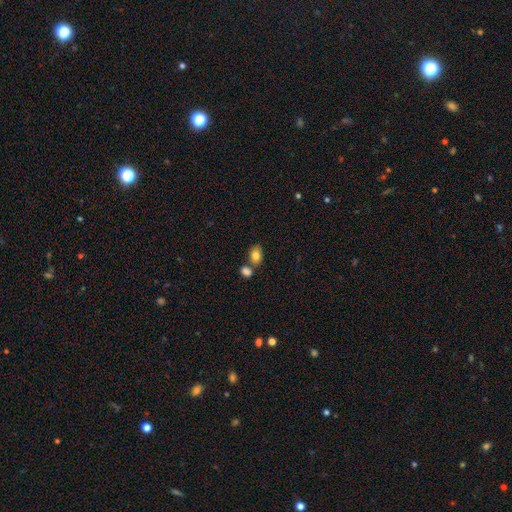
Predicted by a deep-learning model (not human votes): Smooth or featured? Predicted: smooth (p=0.81). How rounded? Predicted: in between (p=0.79). Merging? Predicted: none (p=0.56).